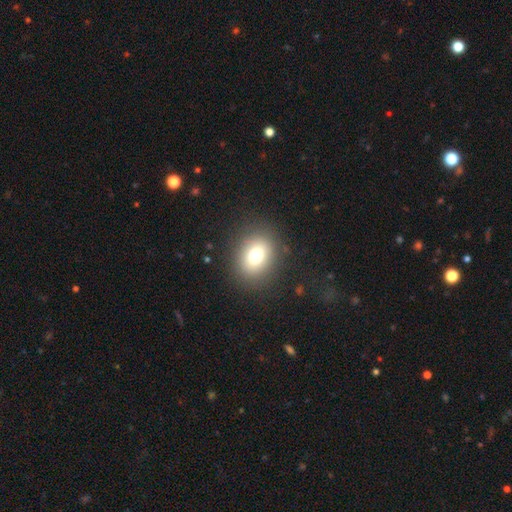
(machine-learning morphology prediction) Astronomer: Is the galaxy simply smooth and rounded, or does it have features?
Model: smooth — 76%.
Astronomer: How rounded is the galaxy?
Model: round — 51% (runner-up: in between, 48%).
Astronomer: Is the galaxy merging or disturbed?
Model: none — 86%.